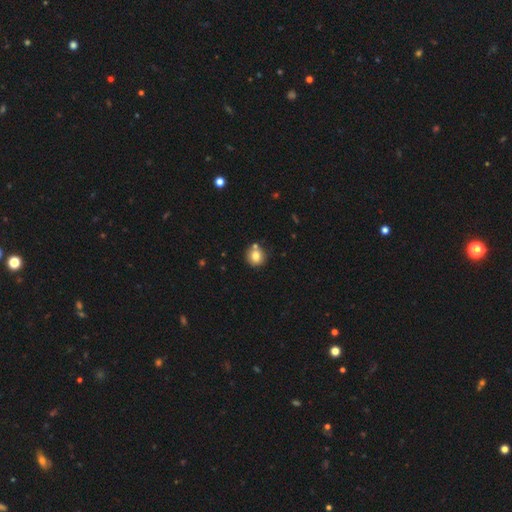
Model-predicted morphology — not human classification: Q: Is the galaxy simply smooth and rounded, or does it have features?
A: smooth — 79%.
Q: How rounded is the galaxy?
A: round — 90%.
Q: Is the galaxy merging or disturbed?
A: none — 74%.